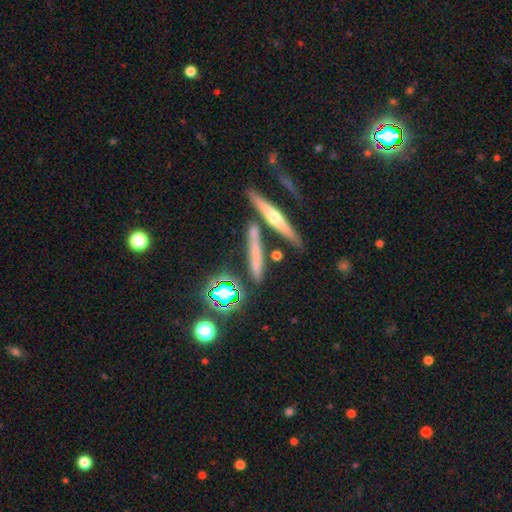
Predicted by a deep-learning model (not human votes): The model was most divided on "smooth or featured": smooth: 42%, featured or disk: 40%, star or artifact: 18%. More confident: merging — none (73%).